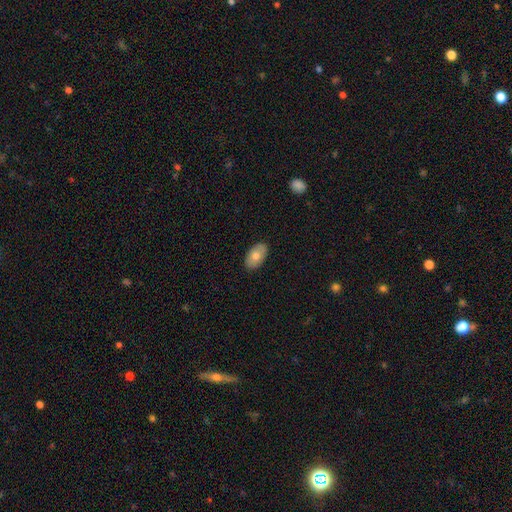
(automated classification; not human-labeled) A smooth galaxy with no disk features (73%) that is in between round and cigar-shaped (94%).

Vote fractions:
- Smooth or featured? smooth: 73% / featured or disk: 21% / star or artifact: 6%
- How rounded? in between: 94% / round: 5% / cigar-shaped: 1%
- Merging? none: 88% / minor disturbance: 9% / major disturbance: 2% / merger: 1%